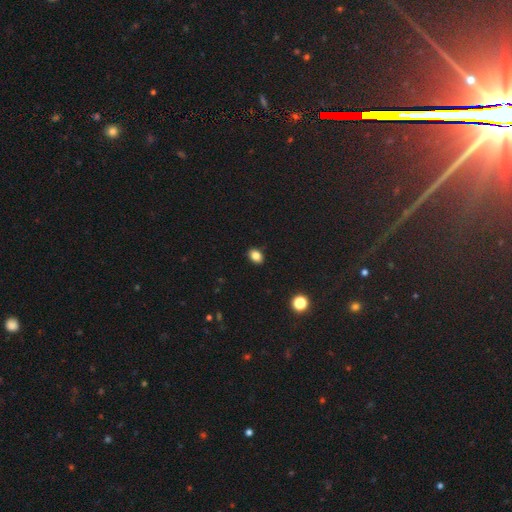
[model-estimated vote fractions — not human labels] Smooth or featured? smooth (84%)
How rounded? in between (72%)
Merging? none (89%)